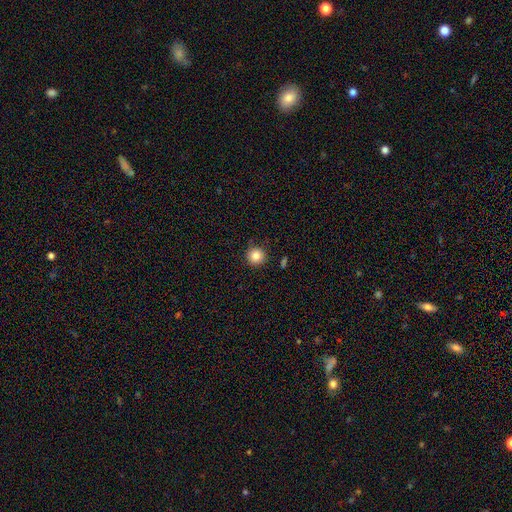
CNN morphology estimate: smooth-or-featured: smooth: 85% | star or artifact: 10% | featured or disk: 5%
  how-rounded: round: 95% | in between: 4% | cigar-shaped: 1%
  merging: none: 89% | minor disturbance: 8% | major disturbance: 2% | merger: 2%